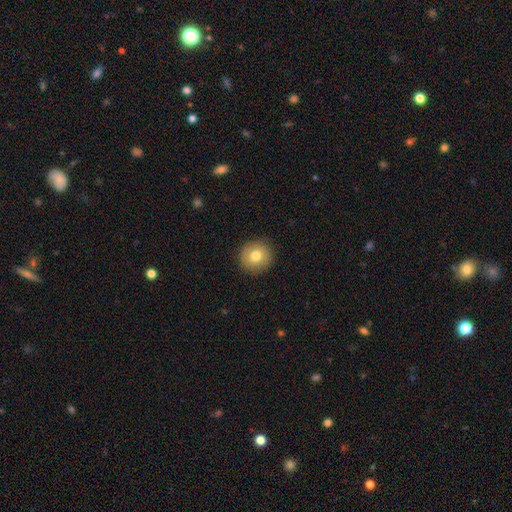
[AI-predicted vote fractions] Smooth or featured? Predicted: smooth (p=0.77). How rounded? Predicted: round (p=0.93). Merging? Predicted: none (p=0.91).